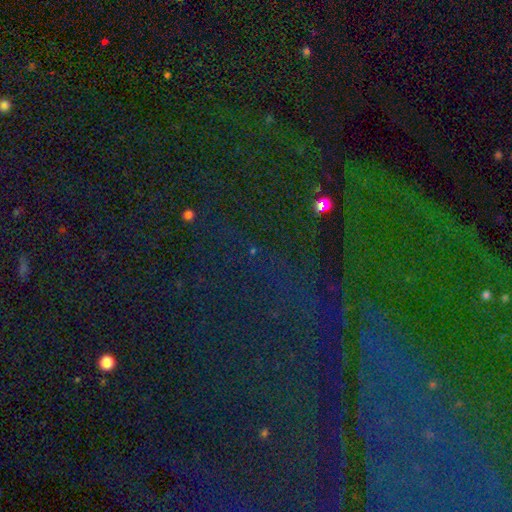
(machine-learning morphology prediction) A star or artifact, not a galaxy (82%).